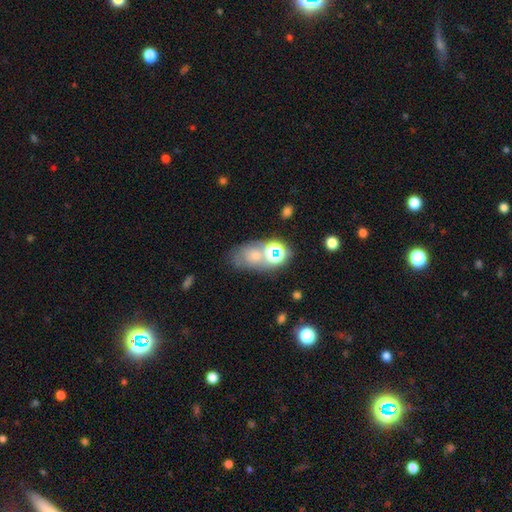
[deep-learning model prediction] Smooth or featured? Predicted: smooth (p=0.55). How rounded? Predicted: in between (p=0.66). Merging? Predicted: none (p=0.44).